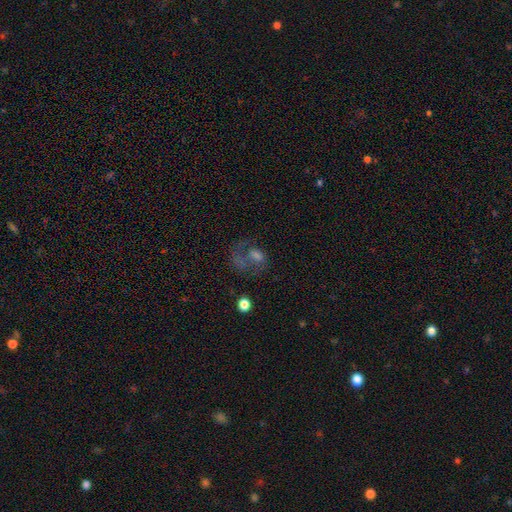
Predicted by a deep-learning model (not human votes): Smooth or featured? featured or disk (45%)
Merging? major disturbance (42%)